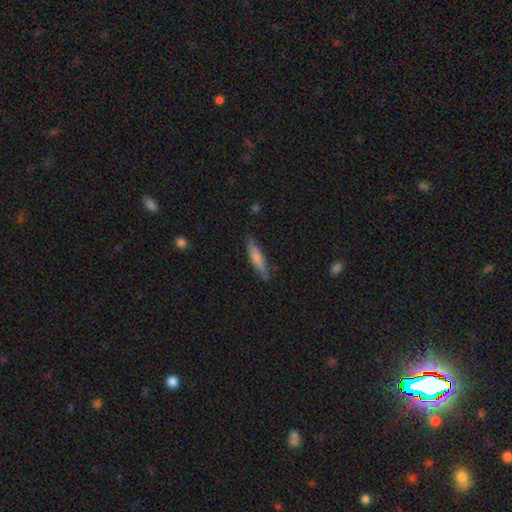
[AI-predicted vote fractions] Morphology: type=smooth (68%); roundness=cigar-shaped (83%); merging=none (81%).